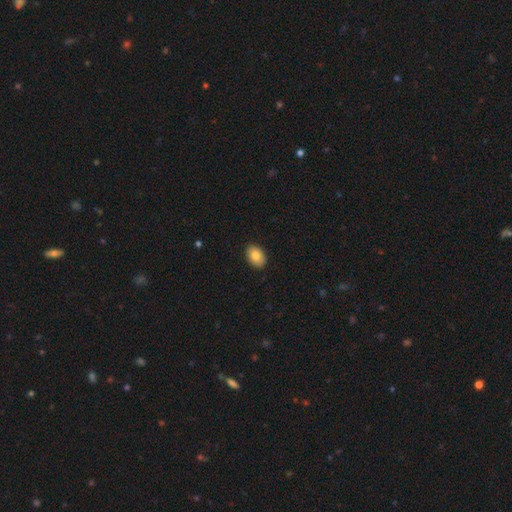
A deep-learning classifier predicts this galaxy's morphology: A smooth galaxy with no disk features (84%) that is in between round and cigar-shaped (85%).

Vote fractions:
- Smooth or featured? smooth: 84% / featured or disk: 9% / star or artifact: 7%
- How rounded? in between: 85% / round: 14% / cigar-shaped: 1%
- Merging? none: 89% / minor disturbance: 8% / major disturbance: 2% / merger: 1%